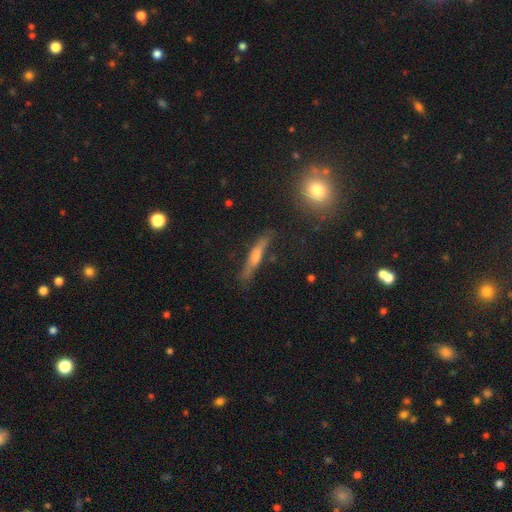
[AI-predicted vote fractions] Smooth or featured: featured or disk — 51% (smooth — 38%)
Edge-on disk: yes — 91% (no — 9%)
Merging: none — 79% (minor disturbance — 15%)